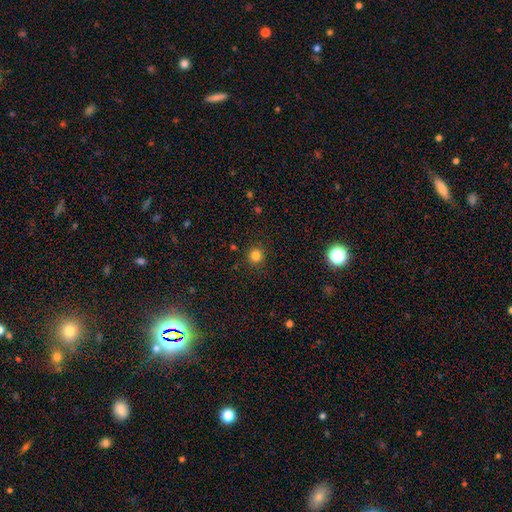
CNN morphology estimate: Smooth or featured? smooth (82%)
How rounded? round (93%)
Merging? none (90%)